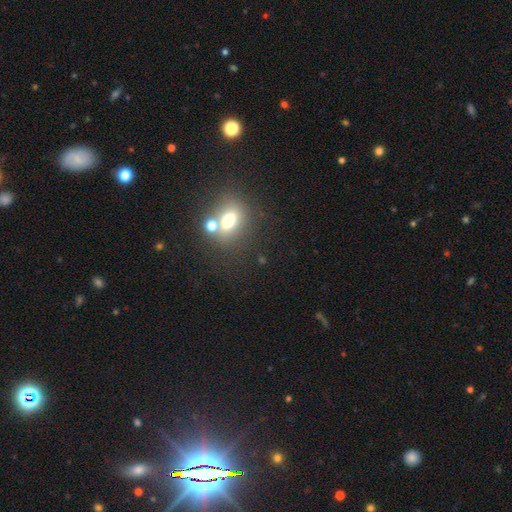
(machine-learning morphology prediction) Smooth or featured?
  - smooth: 50% *
  - star or artifact: 36%
  - featured or disk: 14%
Merging?
  - none: 58% *
  - merger: 28%
  - minor disturbance: 9%
  - major disturbance: 5%